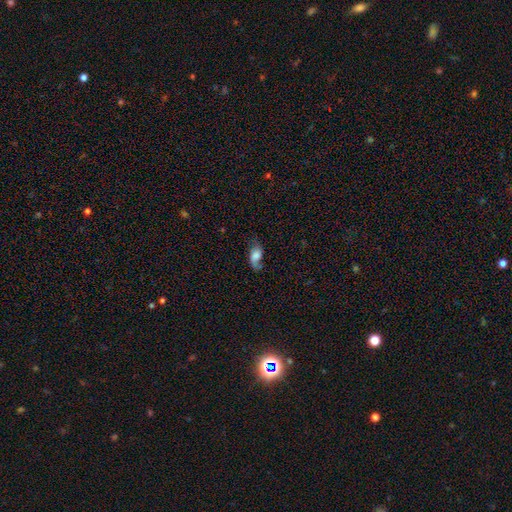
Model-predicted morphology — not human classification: A smooth galaxy with no disk features (55%) that is in between round and cigar-shaped (86%). Merging: none (51%).